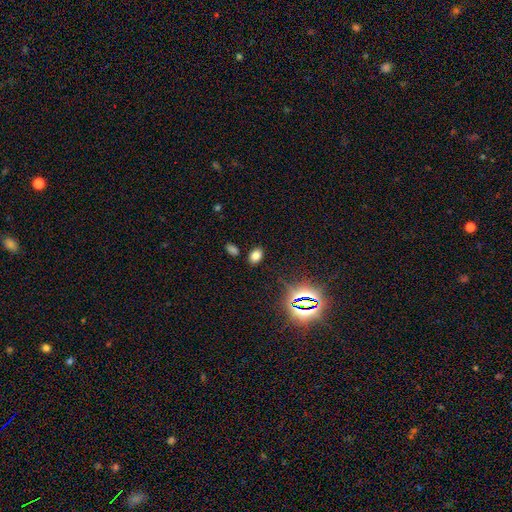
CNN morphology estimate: This appears to be a smooth galaxy with no disk features (72%) that is in between round and cigar-shaped (86%). Merging: none (85%).